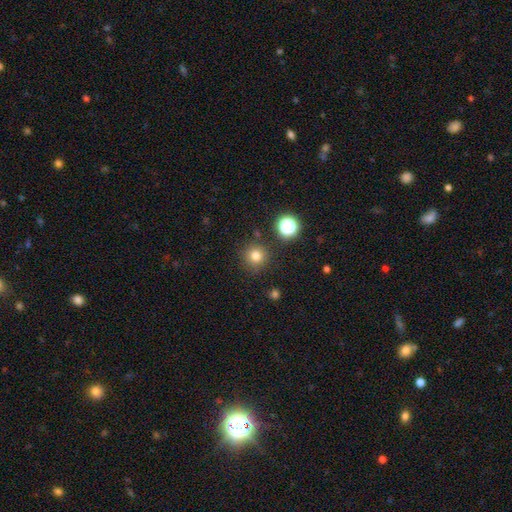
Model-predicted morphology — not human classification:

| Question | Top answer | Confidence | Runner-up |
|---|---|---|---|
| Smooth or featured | smooth | 77% | star or artifact (17%) |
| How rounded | round | 95% | in between (4%) |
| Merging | none | 86% | minor disturbance (7%) |